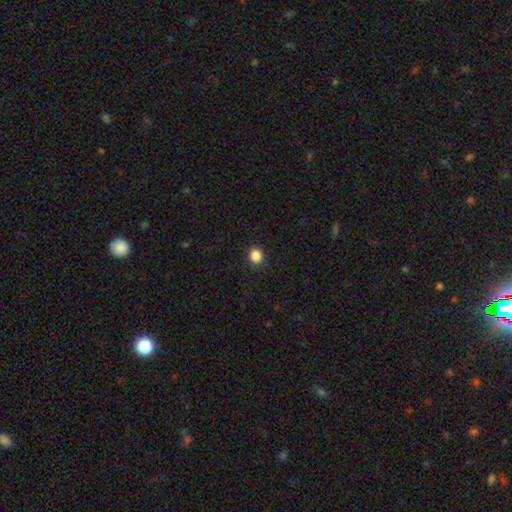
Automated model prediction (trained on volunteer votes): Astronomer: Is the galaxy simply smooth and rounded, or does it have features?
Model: smooth — 86%.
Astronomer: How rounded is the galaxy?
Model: round — 86%.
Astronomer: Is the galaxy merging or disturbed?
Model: none — 91%.